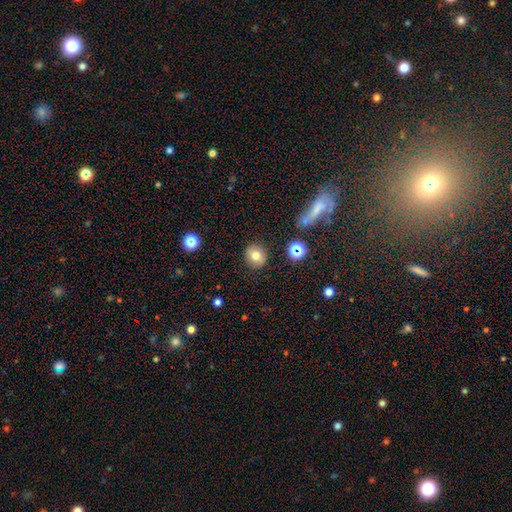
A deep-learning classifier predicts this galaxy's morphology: A smooth galaxy with no disk features (76%) that is round (82%).

Vote fractions:
- Smooth or featured? smooth: 76% / star or artifact: 12% / featured or disk: 11%
- How rounded? round: 82% / in between: 17% / cigar-shaped: 1%
- Merging? none: 88% / minor disturbance: 8% / major disturbance: 2% / merger: 2%